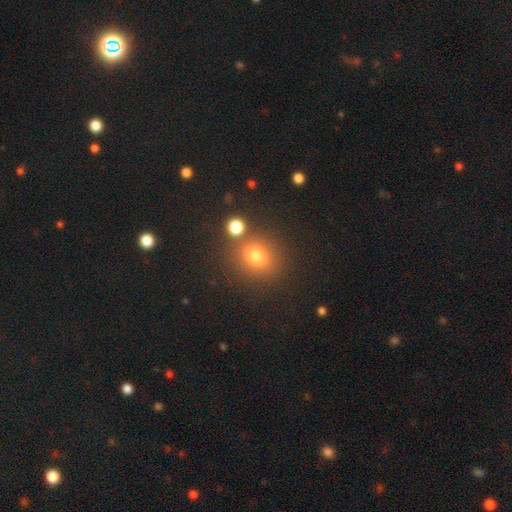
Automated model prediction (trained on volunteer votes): Smooth or featured? smooth (74%)
How rounded? round (67%)
Merging? none (76%)